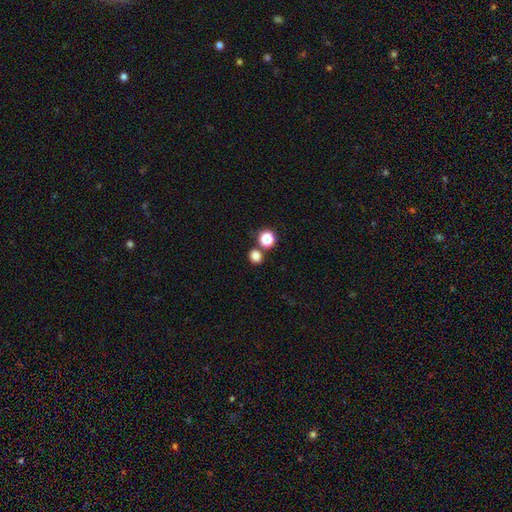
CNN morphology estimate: A smooth galaxy with no disk features (80%) that is round (76%).

Vote fractions:
- Smooth or featured? smooth: 80% / star or artifact: 15% / featured or disk: 4%
- How rounded? round: 76% / in between: 23% / cigar-shaped: 1%
- Merging? none: 74% / merger: 15% / minor disturbance: 8% / major disturbance: 3%